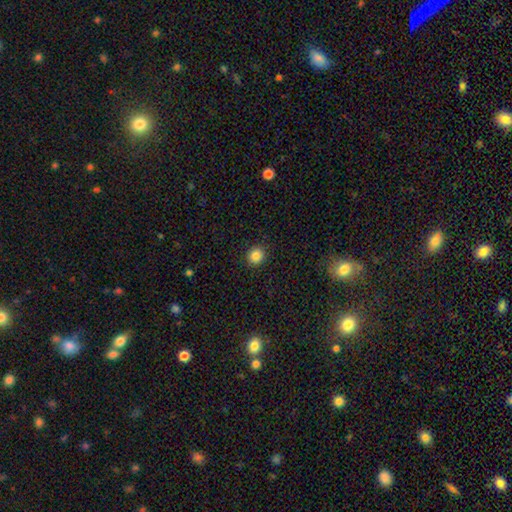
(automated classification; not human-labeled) smooth-or-featured: smooth: 85% | star or artifact: 11% | featured or disk: 5%
  how-rounded: round: 87% | in between: 12% | cigar-shaped: 1%
  merging: none: 91% | minor disturbance: 6% | major disturbance: 2% | merger: 1%